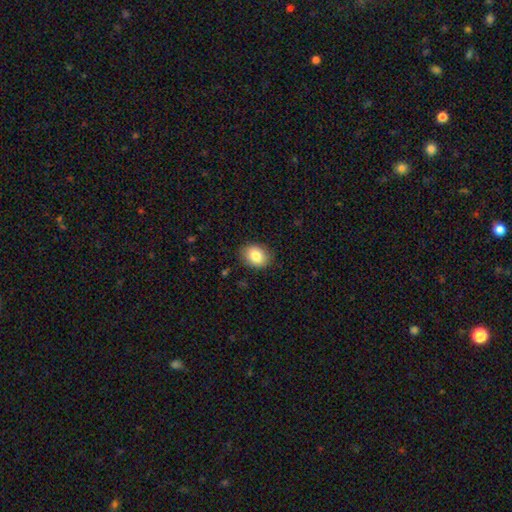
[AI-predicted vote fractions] smooth_or_featured: smooth (p=0.84) [alt: featured or disk p=0.08]
how_rounded: in between (p=0.64) [alt: round p=0.35]
merging: none (p=0.86) [alt: minor disturbance p=0.11]